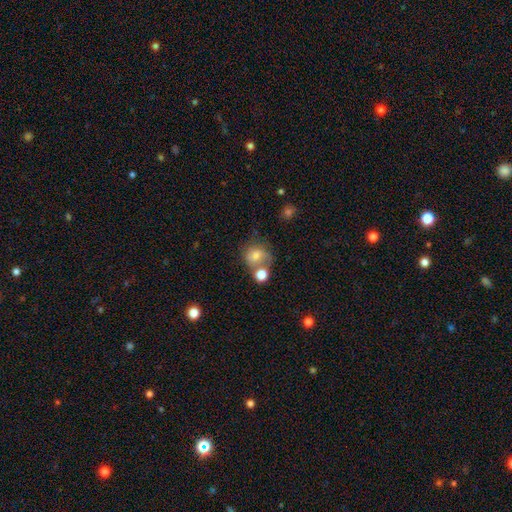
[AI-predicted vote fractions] smooth_or_featured: smooth (p=0.65) [alt: featured or disk p=0.23]
how_rounded: round (p=0.70) [alt: in between p=0.29]
merging: none (p=0.41) [alt: merger p=0.29]